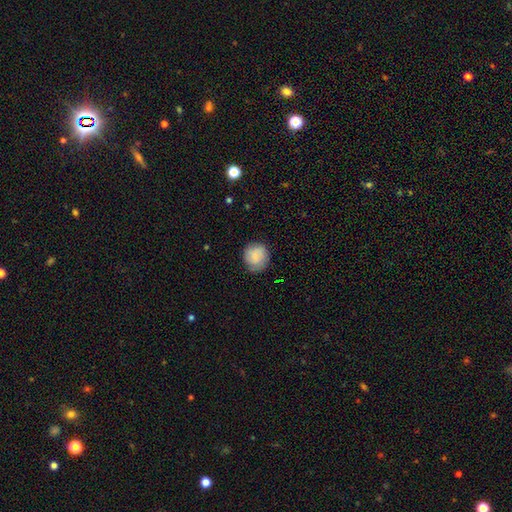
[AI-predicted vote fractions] Overall: smooth (77%). How rounded: round (88%). Merging: none (79%).